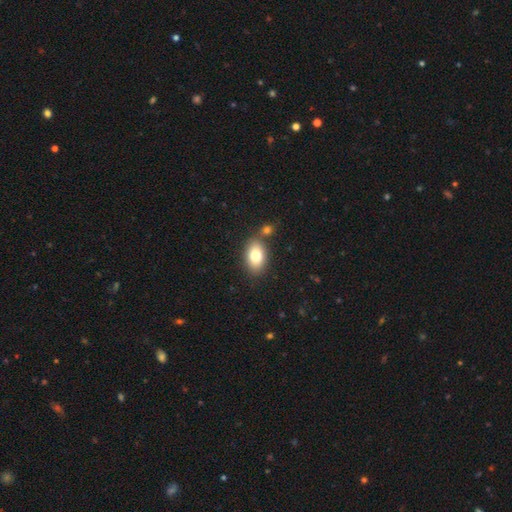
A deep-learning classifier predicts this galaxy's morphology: A smooth galaxy with no disk features (79%) that is in between round and cigar-shaped (87%). Merging: none (72%).